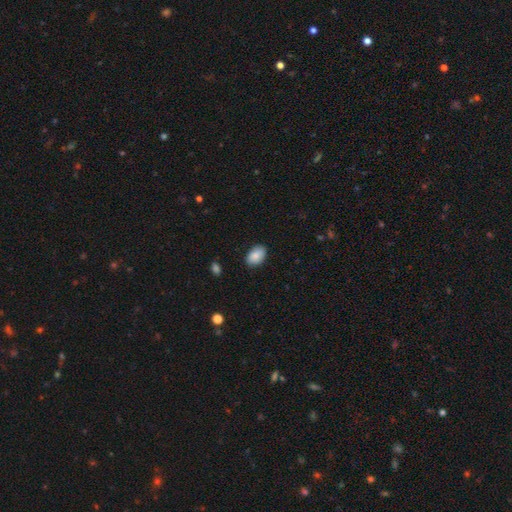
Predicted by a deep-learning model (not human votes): Smooth or featured?
  - smooth: 87% *
  - featured or disk: 7%
  - star or artifact: 7%
How rounded?
  - in between: 91% *
  - round: 7%
  - cigar-shaped: 1%
Merging?
  - none: 84% *
  - minor disturbance: 12%
  - major disturbance: 2%
  - merger: 1%